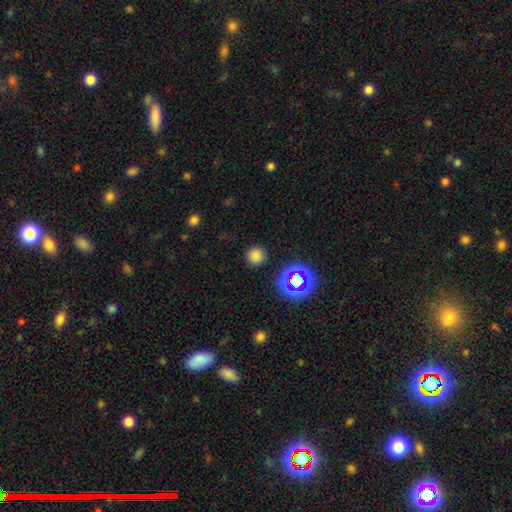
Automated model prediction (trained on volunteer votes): This is likely a smooth galaxy (75%). How rounded: clearly round (94%). Merging: clearly none (88%).